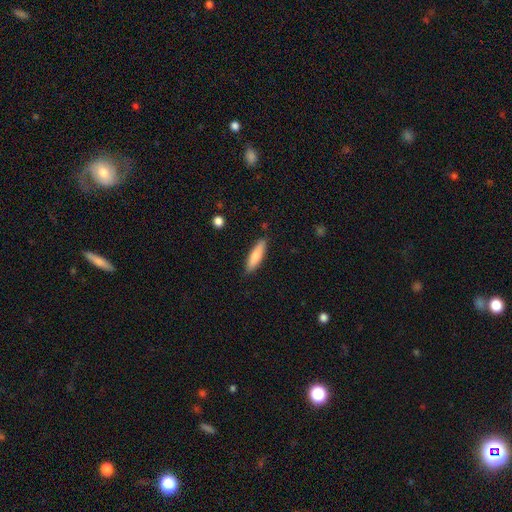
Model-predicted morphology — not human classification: Smooth or featured? smooth (79%)
How rounded? cigar-shaped (67%)
Merging? none (86%)